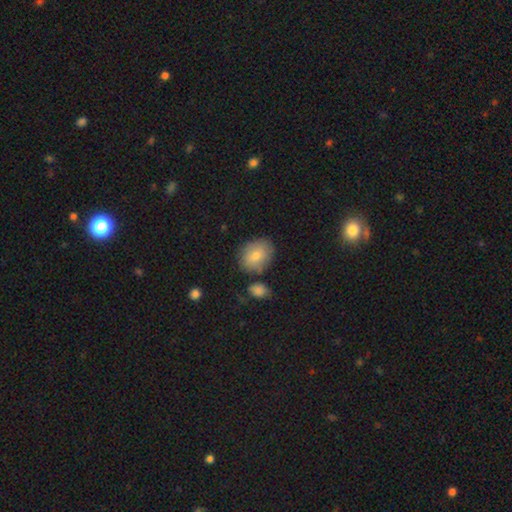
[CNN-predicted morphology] type=smooth (77%); roundness=in between (58%); merging=none (75%).